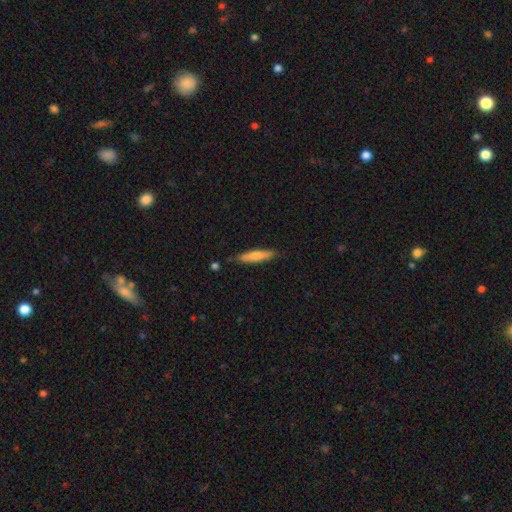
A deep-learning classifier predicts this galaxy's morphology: The model was most divided on "smooth or featured": smooth: 70%, featured or disk: 25%, star or artifact: 6%. More confident: how rounded — cigar-shaped (85%); merging — none (84%).